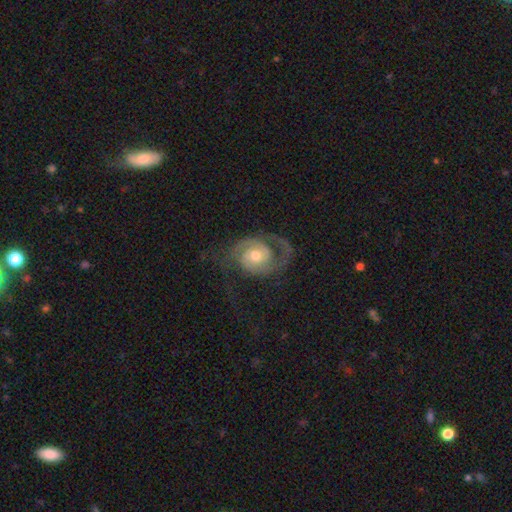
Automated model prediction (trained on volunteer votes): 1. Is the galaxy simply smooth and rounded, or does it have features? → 85% featured or disk, 10% smooth, 5% star or artifact.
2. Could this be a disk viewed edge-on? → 97% no, 3% yes.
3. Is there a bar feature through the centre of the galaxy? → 69% no, 26% weak, 5% strong.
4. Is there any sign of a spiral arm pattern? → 95% yes, 5% no.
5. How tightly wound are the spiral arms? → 44% medium, 33% tight, 22% loose.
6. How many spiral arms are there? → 77% 2, 11% 1, 6% can't tell, 3% 3, 1% 4, 1% more than 4.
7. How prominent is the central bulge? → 71% moderate, 19% small, 8% large, 1% none, 1% dominant.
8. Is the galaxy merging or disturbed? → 58% none, 24% major disturbance, 17% minor disturbance, 2% merger.